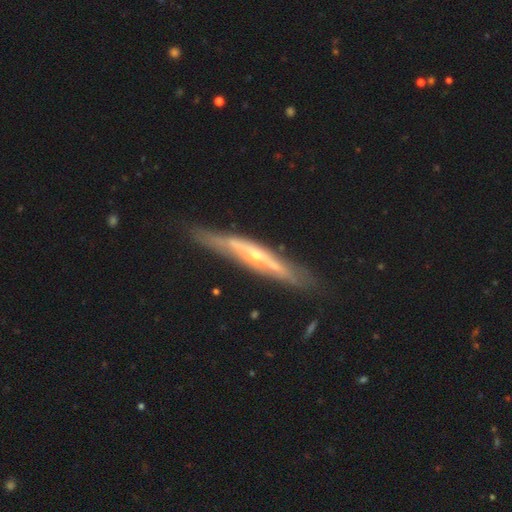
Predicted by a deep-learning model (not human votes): smooth-or-featured: featured or disk: 78% | smooth: 16% | star or artifact: 6%
  disk-edge-on: yes: 86% | no: 14%
    edge-on-bulge: rounded: 70% | none: 24% | boxy: 6%
  merging: none: 78% | minor disturbance: 16% | major disturbance: 4% | merger: 2%